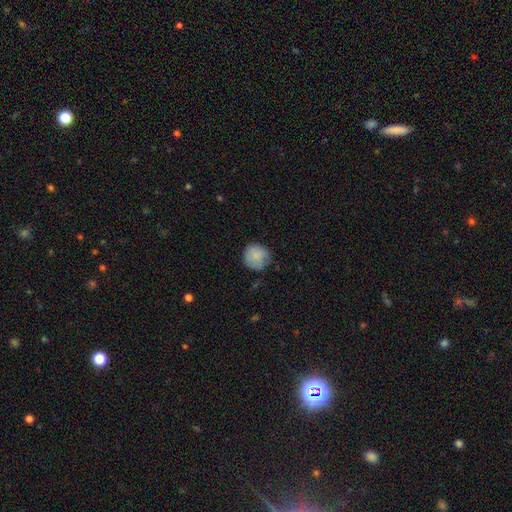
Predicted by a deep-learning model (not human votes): smooth 84%, featured or disk 8%, star or artifact 8%. Down the decision tree: how rounded — round (91%); merging — none (71%).